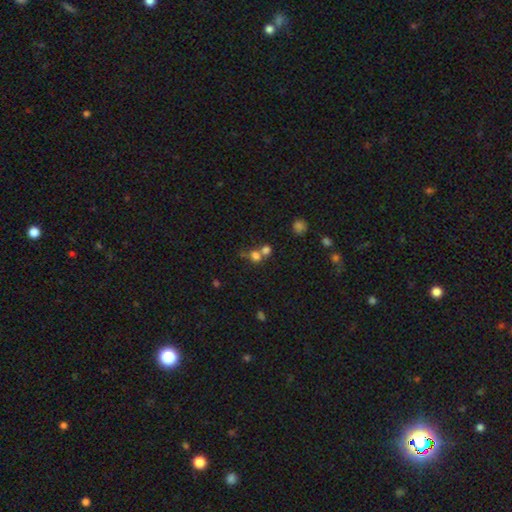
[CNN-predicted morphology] smooth_or_featured: smooth (p=0.71) [alt: star or artifact p=0.17]
how_rounded: round (p=0.80) [alt: in between p=0.19]
merging: merger (p=0.53) [alt: none p=0.36]